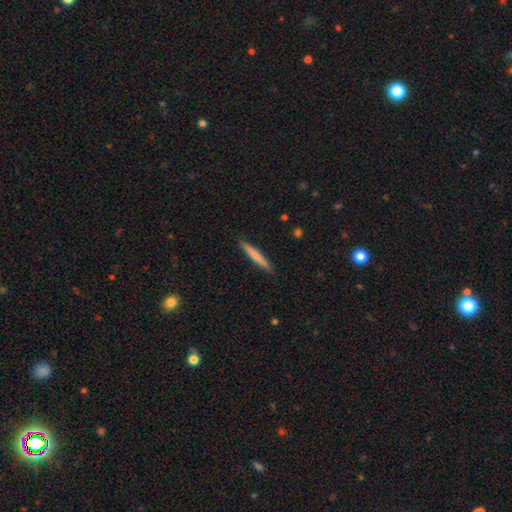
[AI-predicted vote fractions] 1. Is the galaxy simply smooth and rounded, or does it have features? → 70% smooth, 25% featured or disk, 5% star or artifact.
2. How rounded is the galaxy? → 96% cigar-shaped, 3% in between, 1% round.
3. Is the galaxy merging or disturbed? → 90% none, 7% minor disturbance, 1% major disturbance, 1% merger.